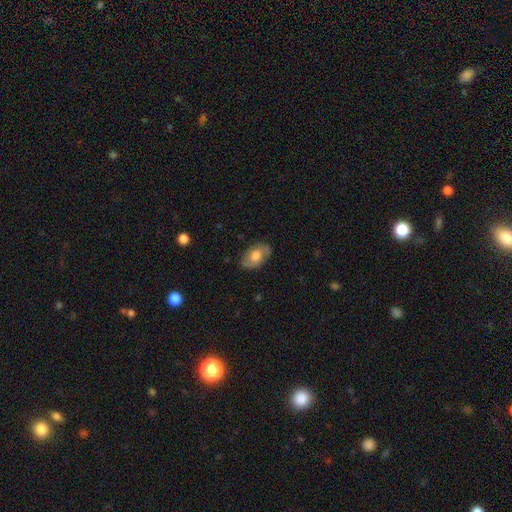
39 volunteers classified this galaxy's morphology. A smooth galaxy with no disk features (64%) that is in between round and cigar-shaped (88%).

Vote fractions:
- Smooth or featured? smooth: 64% / featured or disk: 31% / star or artifact: 5%
- How rounded? in between: 88% / round: 8% / cigar-shaped: 4%
- Merging? none: 76% / minor disturbance: 16% / major disturbance: 8% / merger: 0%